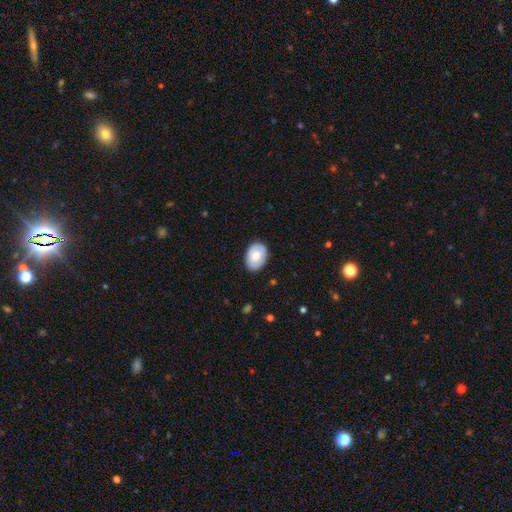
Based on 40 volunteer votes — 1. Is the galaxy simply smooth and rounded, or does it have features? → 70% smooth, 22% featured or disk, 8% star or artifact.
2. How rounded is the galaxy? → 79% in between, 18% round, 4% cigar-shaped.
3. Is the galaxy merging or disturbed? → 76% none, 24% minor disturbance, 0% major disturbance, 0% merger.